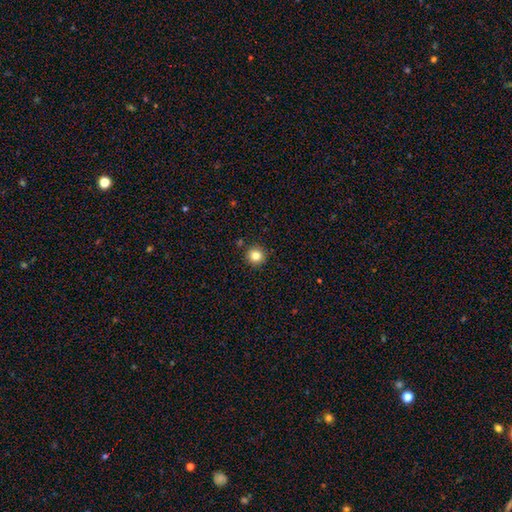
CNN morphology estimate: smooth_or_featured: smooth (p=0.83) [alt: star or artifact p=0.11]
how_rounded: round (p=0.94) [alt: in between p=0.05]
merging: none (p=0.90) [alt: minor disturbance p=0.06]